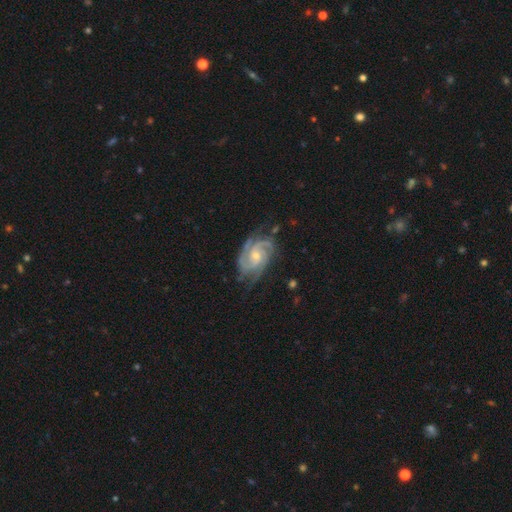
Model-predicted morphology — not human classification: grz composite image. It shows a featured or disk galaxy (91%) with no bar (62%), 3 (41%) tight (61%) spiral arms (98%) and a small central bulge (55%). Merging: none (72%).